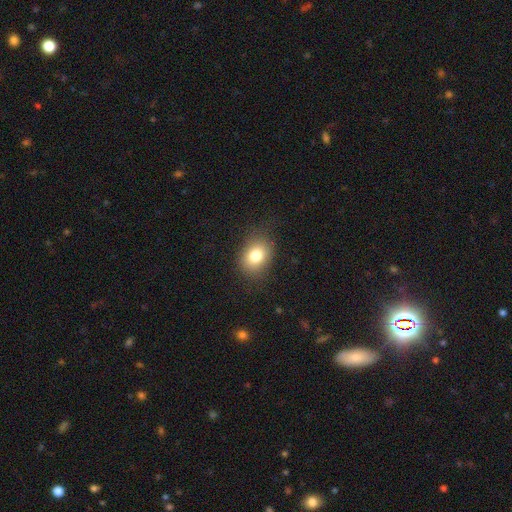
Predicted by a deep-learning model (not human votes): Morphology: type=smooth (79%); roundness=in between (62%); merging=none (81%).